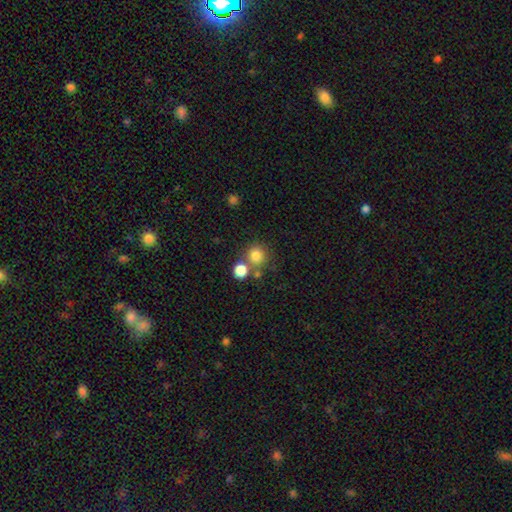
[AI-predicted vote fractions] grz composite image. It shows a smooth galaxy with no disk features (80%) that is round (91%). Merging: none (65%).